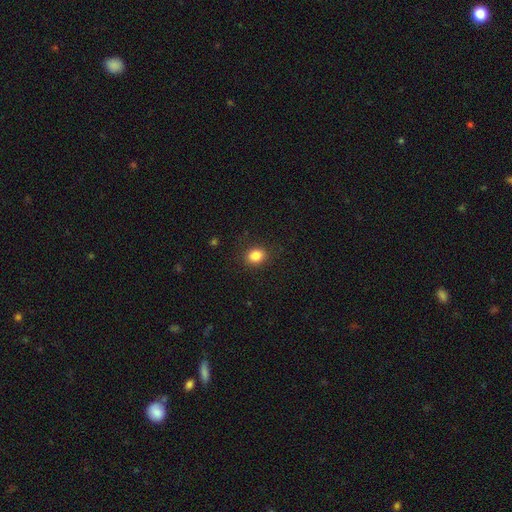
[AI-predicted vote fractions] Q: Smooth or featured?
A: smooth (84%); runner-up: star or artifact (11%)
Q: How rounded?
A: round (59%); runner-up: in between (40%)
Q: Merging?
A: none (88%); runner-up: minor disturbance (8%)